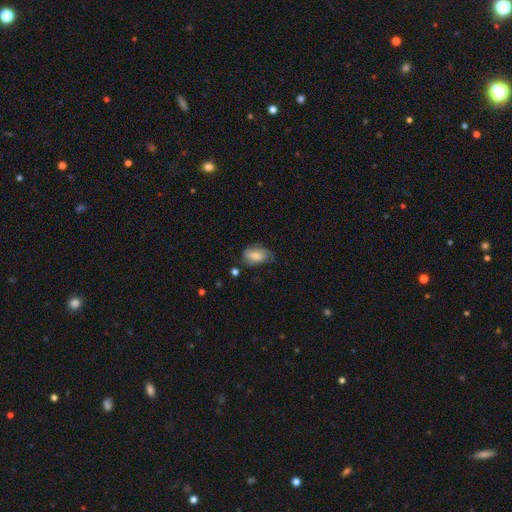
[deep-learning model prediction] Smooth or featured? Predicted: smooth (p=0.69). How rounded? Predicted: in between (p=0.89). Merging? Predicted: none (p=0.42).